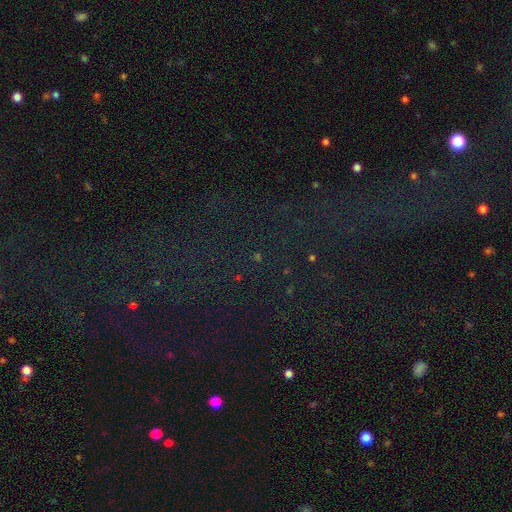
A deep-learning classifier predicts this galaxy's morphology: smooth_or_featured: star or artifact (p=0.75) [alt: smooth p=0.13]